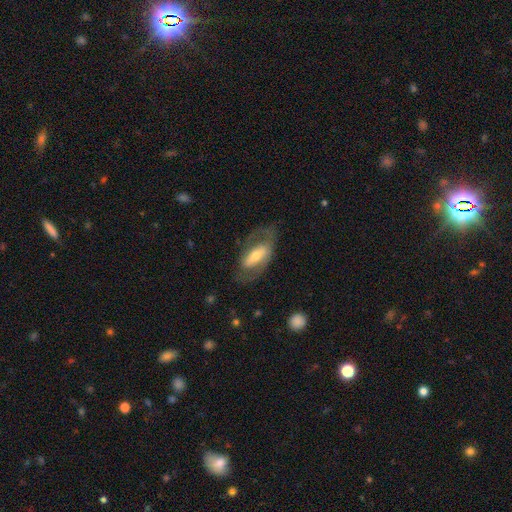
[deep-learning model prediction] smooth-or-featured: featured or disk: 67% | smooth: 27% | star or artifact: 6%
  disk-edge-on: no: 89% | yes: 11%
    bar: strong: 44% | no: 28% | weak: 28%
    has-spiral-arms: yes: 62% | no: 38%
    bulge-size: moderate: 53% | small: 36% | large: 8% | none: 2% | dominant: 1%
  merging: none: 65% | minor disturbance: 17% | major disturbance: 16% | merger: 2%